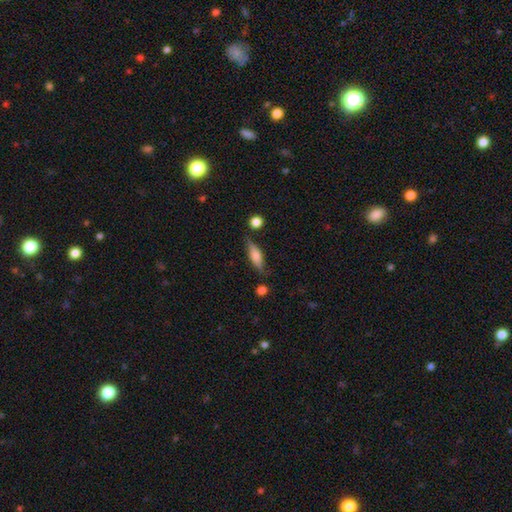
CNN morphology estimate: Smooth or featured?
  - smooth: 59% *
  - featured or disk: 34%
  - star or artifact: 7%
How rounded?
  - cigar-shaped: 50% *
  - in between: 47%
  - round: 3%
Merging?
  - none: 73% *
  - minor disturbance: 18%
  - major disturbance: 5%
  - merger: 4%